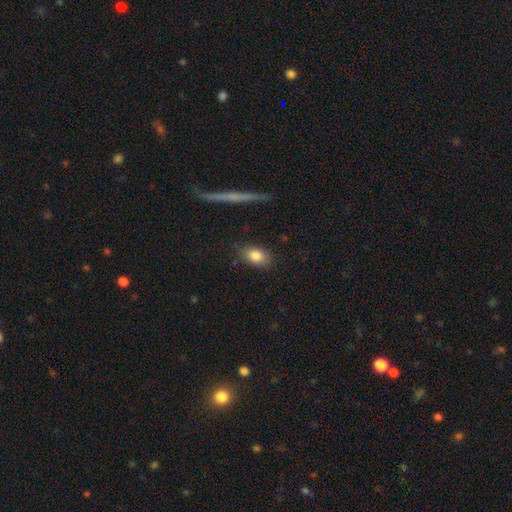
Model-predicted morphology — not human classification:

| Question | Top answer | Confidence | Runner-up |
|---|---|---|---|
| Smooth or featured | smooth | 83% | featured or disk (9%) |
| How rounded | in between | 81% | round (15%) |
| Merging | none | 85% | minor disturbance (11%) |